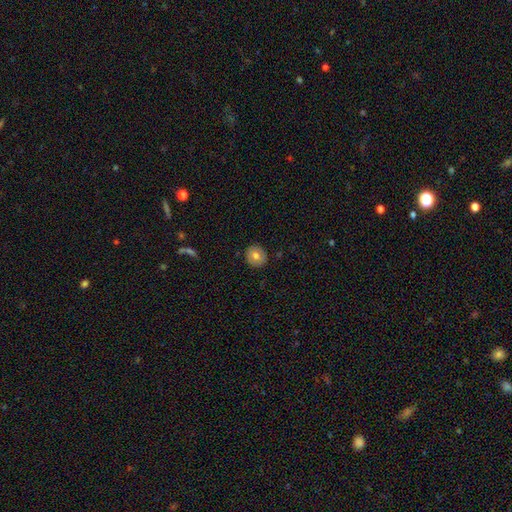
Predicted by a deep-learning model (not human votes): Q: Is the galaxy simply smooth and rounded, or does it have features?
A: smooth — 75%.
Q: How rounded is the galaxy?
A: round — 89%.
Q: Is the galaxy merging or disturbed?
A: none — 90%.